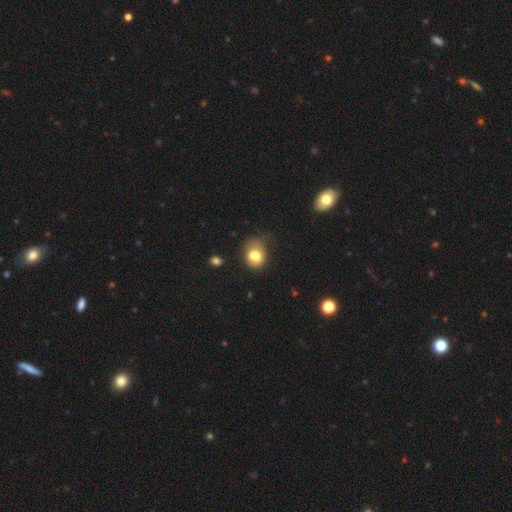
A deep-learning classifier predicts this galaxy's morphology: A smooth galaxy with no disk features (75%) that is round (51%). Merging: none (40%).